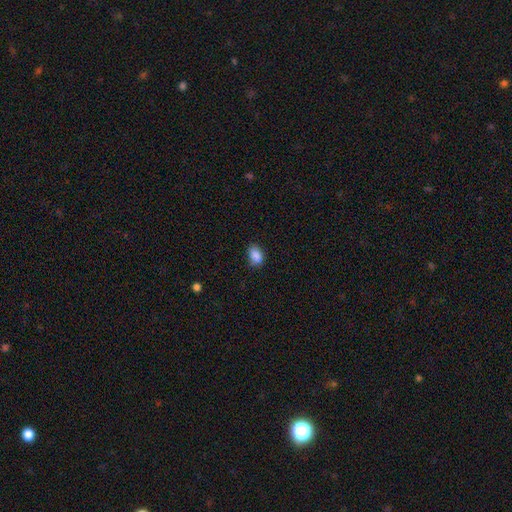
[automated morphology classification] Smooth or featured? smooth (88%)
How rounded? in between (84%)
Merging? none (78%)